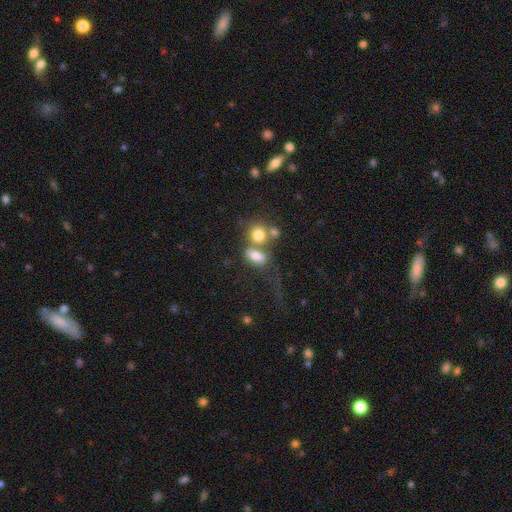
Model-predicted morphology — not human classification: type=smooth (73%); roundness=in between (70%); merging=merger (50%).